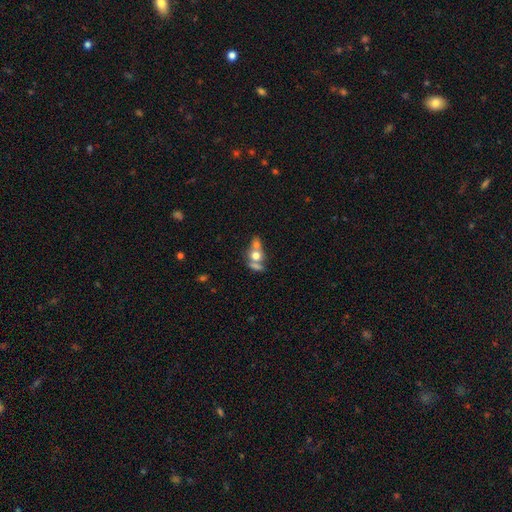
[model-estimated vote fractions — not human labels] Smooth or featured? Predicted: smooth (p=0.62). How rounded? Predicted: round (p=0.56). Merging? Predicted: merger (p=0.60).